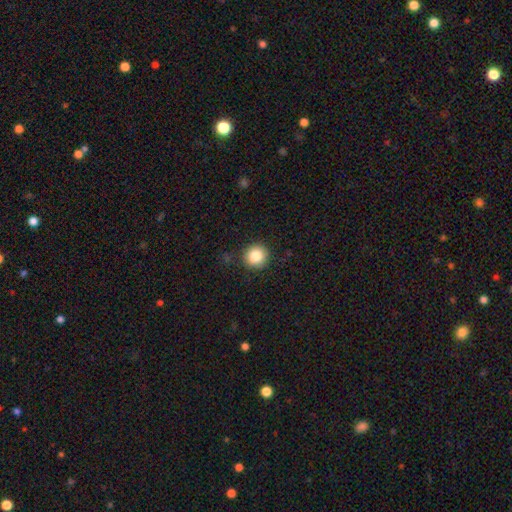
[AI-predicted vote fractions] A smooth galaxy with no disk features (84%) that is round (93%).

Vote fractions:
- Smooth or featured? smooth: 84% / star or artifact: 10% / featured or disk: 6%
- How rounded? round: 93% / in between: 6% / cigar-shaped: 1%
- Merging? none: 89% / minor disturbance: 8% / major disturbance: 2% / merger: 1%